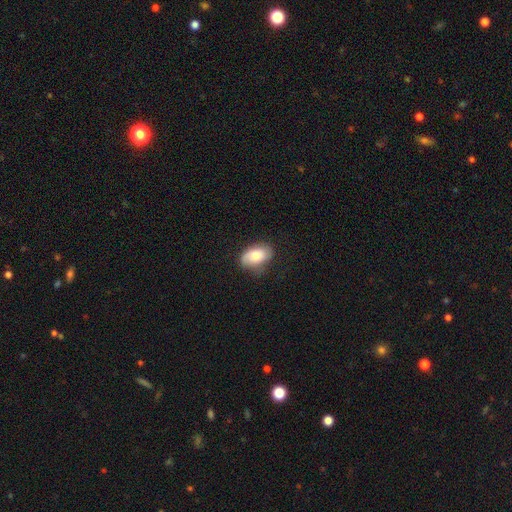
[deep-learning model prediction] smooth-or-featured: smooth: 69% | featured or disk: 24% | star or artifact: 7%
  how-rounded: in between: 90% | round: 9% | cigar-shaped: 1%
  merging: none: 68% | minor disturbance: 24% | major disturbance: 6% | merger: 1%